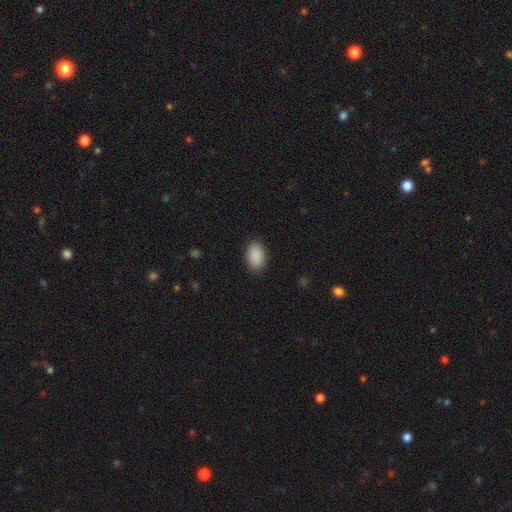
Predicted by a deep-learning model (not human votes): Q: Smooth or featured?
A: smooth (91%); runner-up: star or artifact (7%)
Q: How rounded?
A: in between (91%); runner-up: round (8%)
Q: Merging?
A: none (88%); runner-up: minor disturbance (8%)